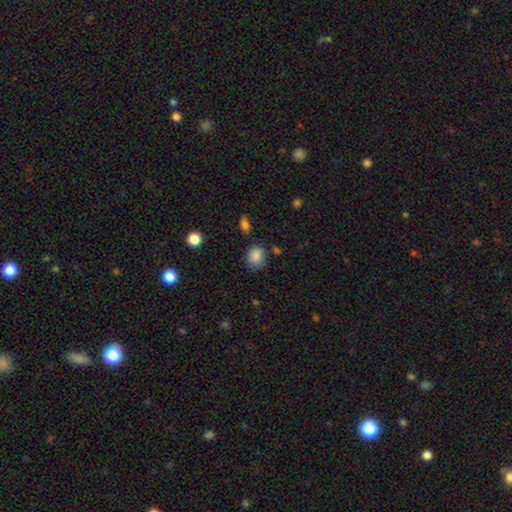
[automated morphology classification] This is clearly a smooth galaxy (86%). How rounded: possibly round (55%). Merging: likely none (75%).